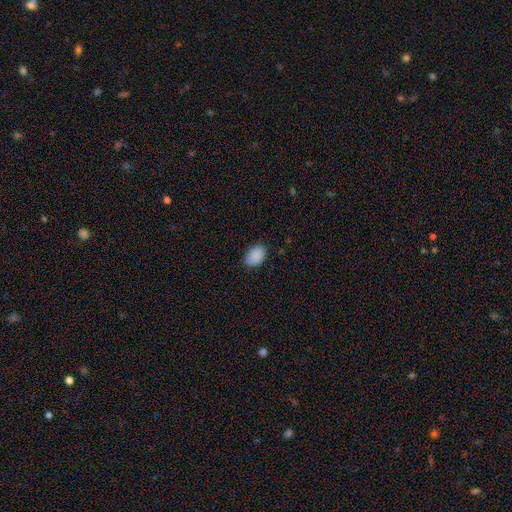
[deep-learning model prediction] Overall: smooth (89%). How rounded: in between (86%). Merging: none (82%).